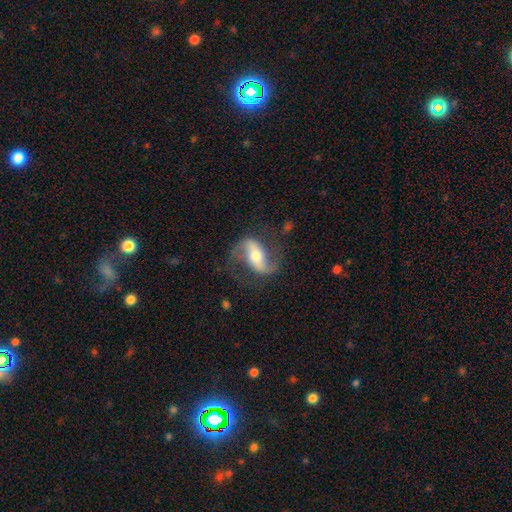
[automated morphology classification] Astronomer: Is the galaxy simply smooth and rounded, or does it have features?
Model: featured or disk — 83%.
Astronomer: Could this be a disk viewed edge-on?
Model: no — 95%.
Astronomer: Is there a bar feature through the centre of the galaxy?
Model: strong — 46% (runner-up: weak, 32%).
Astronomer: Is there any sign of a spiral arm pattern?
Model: yes — 94%.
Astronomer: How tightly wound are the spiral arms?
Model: loose — 56% (runner-up: medium, 35%).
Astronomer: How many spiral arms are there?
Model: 2 — 92%.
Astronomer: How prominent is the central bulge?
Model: moderate — 62%.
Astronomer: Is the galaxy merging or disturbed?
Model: none — 70%.